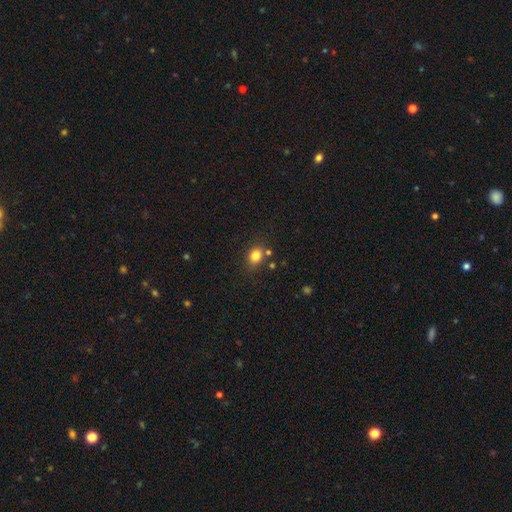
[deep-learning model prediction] The model was most divided on "how rounded": round: 56%, in between: 43%, cigar-shaped: 1%. More confident: smooth or featured — smooth (81%); merging — none (74%).